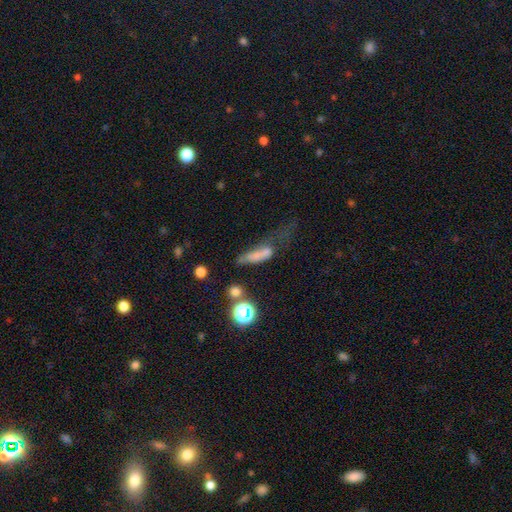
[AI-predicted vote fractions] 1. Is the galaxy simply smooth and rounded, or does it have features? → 56% smooth, 25% featured or disk, 20% star or artifact.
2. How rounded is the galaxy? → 54% cigar-shaped, 37% in between, 10% round.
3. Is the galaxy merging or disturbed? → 41% major disturbance, 24% none, 20% minor disturbance, 16% merger.